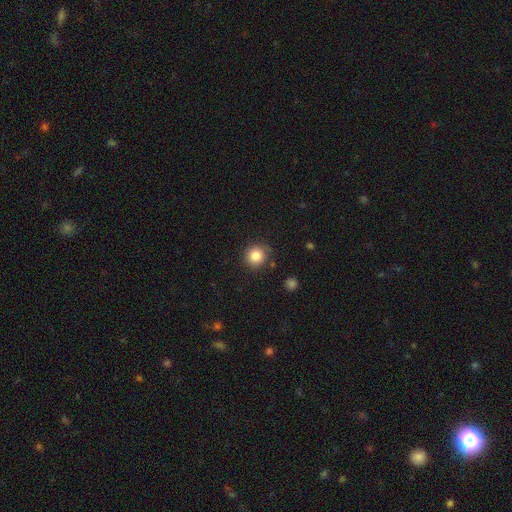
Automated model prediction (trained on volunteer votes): smooth-or-featured: smooth: 83% | star or artifact: 11% | featured or disk: 6%
  how-rounded: round: 91% | in between: 8% | cigar-shaped: 1%
  merging: none: 86% | minor disturbance: 9% | major disturbance: 2% | merger: 2%